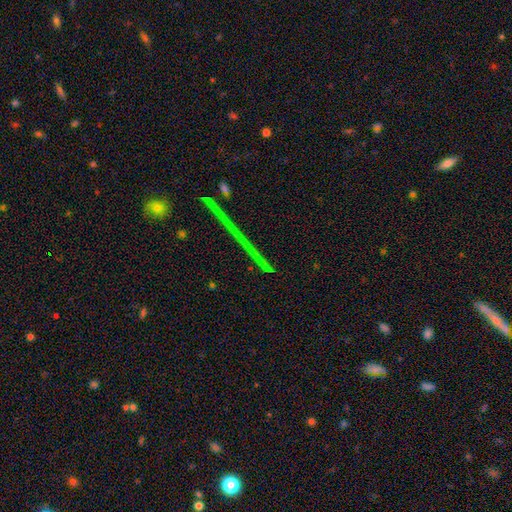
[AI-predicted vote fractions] This appears to be a star or artifact, not a galaxy (54%).